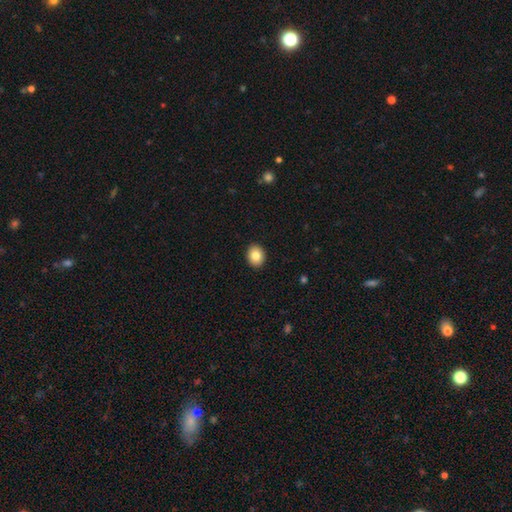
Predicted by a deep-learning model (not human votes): Overall: smooth (84%). How rounded: round (60%; in between 39%). Merging: none (92%).